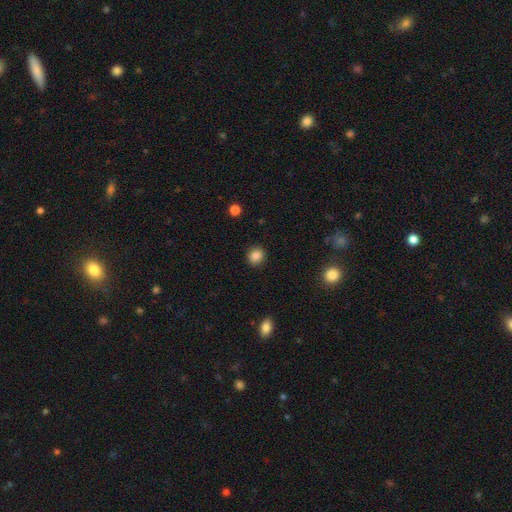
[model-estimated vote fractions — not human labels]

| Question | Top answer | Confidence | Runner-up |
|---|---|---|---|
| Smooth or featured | smooth | 84% | star or artifact (10%) |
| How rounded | round | 82% | in between (17%) |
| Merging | none | 90% | minor disturbance (7%) |